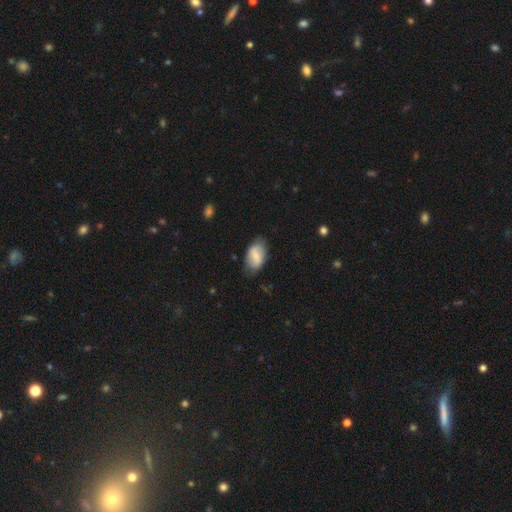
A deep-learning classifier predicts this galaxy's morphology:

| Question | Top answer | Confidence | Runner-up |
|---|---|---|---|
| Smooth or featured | smooth | 66% | featured or disk (27%) |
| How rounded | in between | 92% | round (6%) |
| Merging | none | 75% | minor disturbance (19%) |